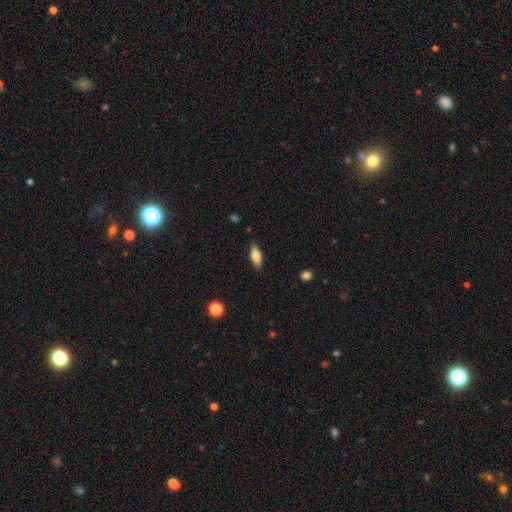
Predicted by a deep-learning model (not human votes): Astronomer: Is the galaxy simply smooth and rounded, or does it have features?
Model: smooth — 75%.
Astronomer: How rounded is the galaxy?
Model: in between — 73%.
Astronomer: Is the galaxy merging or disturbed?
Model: none — 86%.